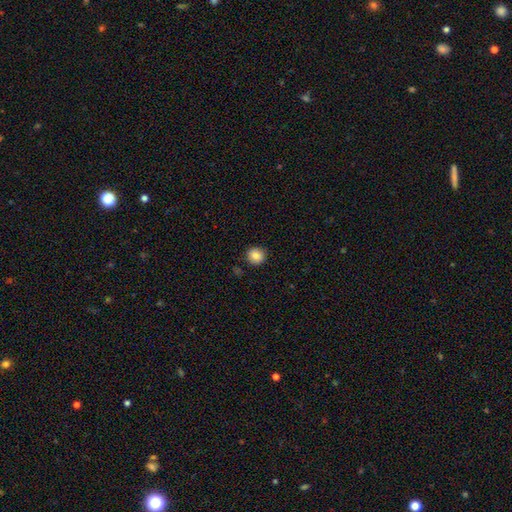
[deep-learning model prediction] This appears to be a smooth galaxy with no disk features (85%) that is round (91%). Merging: none (89%).